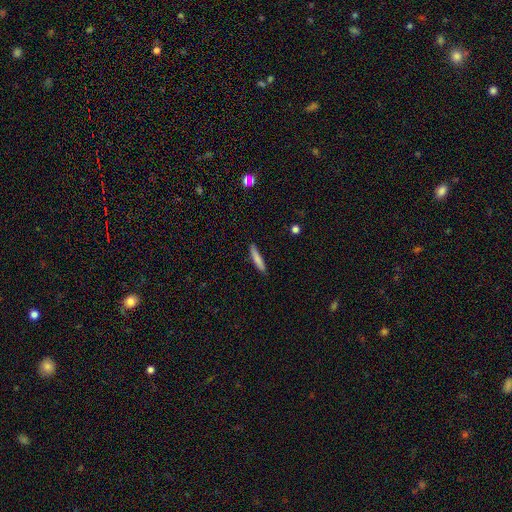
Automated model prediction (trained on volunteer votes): Morphology: type=smooth (76%); roundness=cigar-shaped (93%); merging=none (88%).